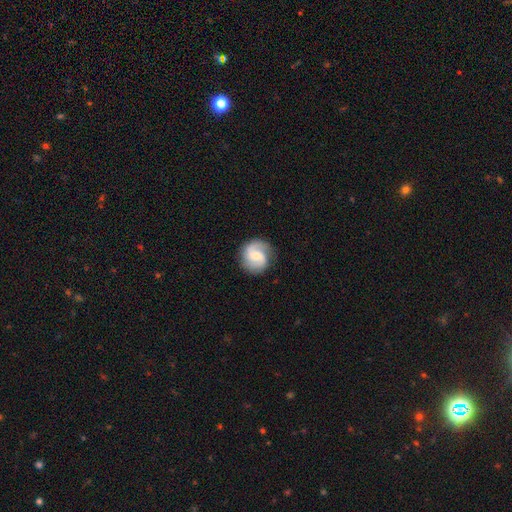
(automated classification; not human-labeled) Smooth or featured? featured or disk (73%)
Edge-on disk? no (98%)
Bar? no (48%)
Spiral arms? yes (95%)
Spiral winding? medium (46%)
Spiral arm count? 2 (84%)
Bulge size? small (52%)
Merging? none (82%)